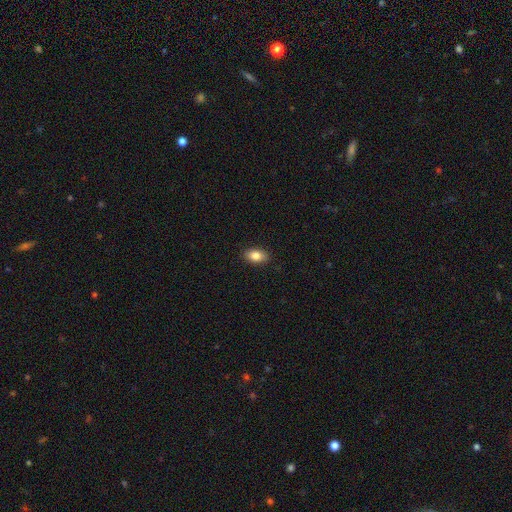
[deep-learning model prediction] Overall: smooth (83%). How rounded: in between (89%). Merging: none (89%).